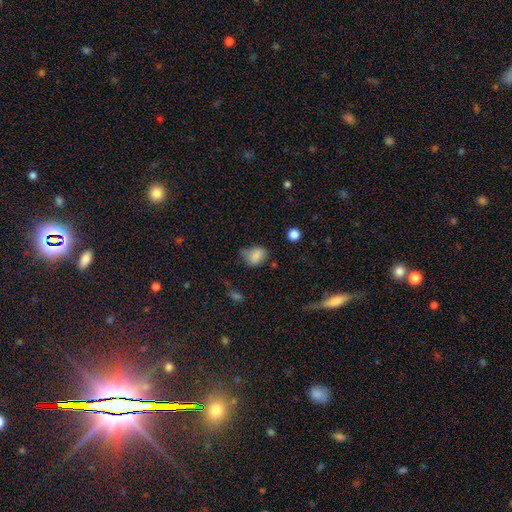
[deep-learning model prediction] This is likely a smooth galaxy (79%). How rounded: likely in between (63%). Merging: possibly none (46%).